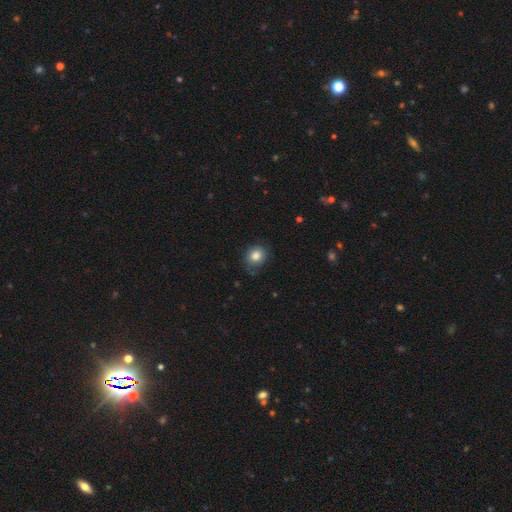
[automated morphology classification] smooth_or_featured: smooth (p=0.83) [alt: star or artifact p=0.09]
how_rounded: round (p=0.73) [alt: in between p=0.26]
merging: none (p=0.76) [alt: minor disturbance p=0.18]